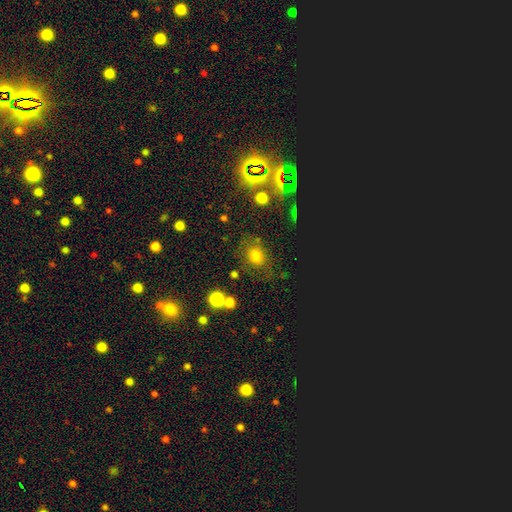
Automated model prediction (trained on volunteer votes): The model was most divided on "how rounded": in between: 50%, round: 49%, cigar-shaped: 2%. More confident: merging — none (69%); smooth or featured — smooth (65%).